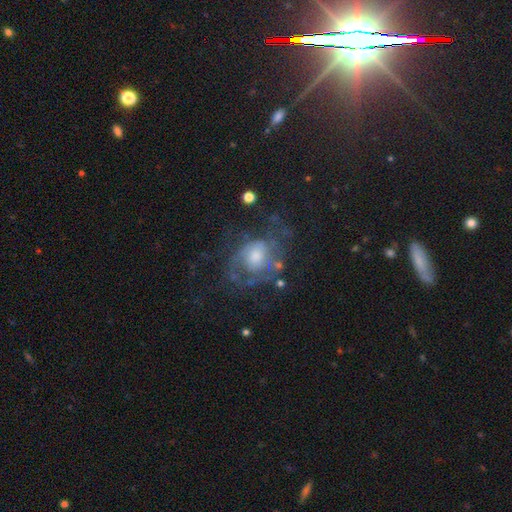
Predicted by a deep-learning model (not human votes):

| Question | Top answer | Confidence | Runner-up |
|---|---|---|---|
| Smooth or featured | featured or disk | 68% | smooth (21%) |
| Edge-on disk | no | 97% | yes (3%) |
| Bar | no | 76% | weak (20%) |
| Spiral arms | yes | 72% | no (28%) |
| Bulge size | moderate | 52% | small (21%) |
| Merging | none | 52% | major disturbance (24%) |